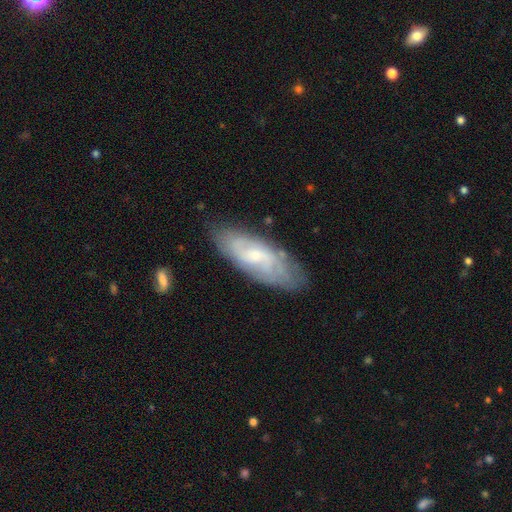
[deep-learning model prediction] Smooth or featured?
  - featured or disk: 65% *
  - smooth: 28%
  - star or artifact: 6%
Edge-on disk?
  - no: 86% *
  - yes: 14%
Bar?
  - no: 48% *
  - weak: 44%
  - strong: 8%
Spiral arms?
  - yes: 84% *
  - no: 16%
Bulge size?
  - small: 57% *
  - moderate: 33%
  - none: 6%
  - large: 2%
  - dominant: 1%
Merging?
  - none: 73% *
  - minor disturbance: 20%
  - major disturbance: 5%
  - merger: 2%